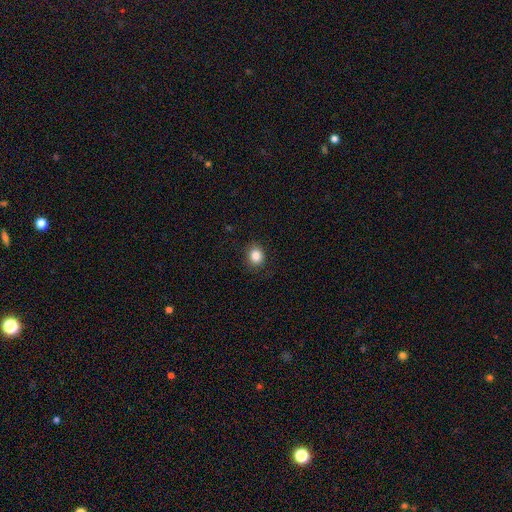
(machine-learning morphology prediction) Smooth or featured? smooth (86%)
How rounded? round (69%)
Merging? none (86%)